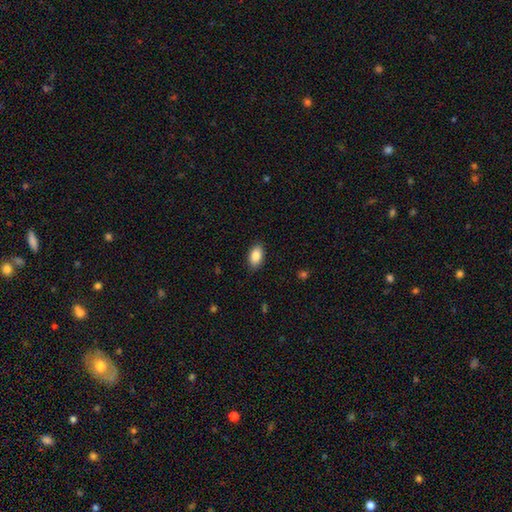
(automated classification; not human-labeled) Morphology: type=smooth (88%); roundness=in between (93%); merging=none (86%).